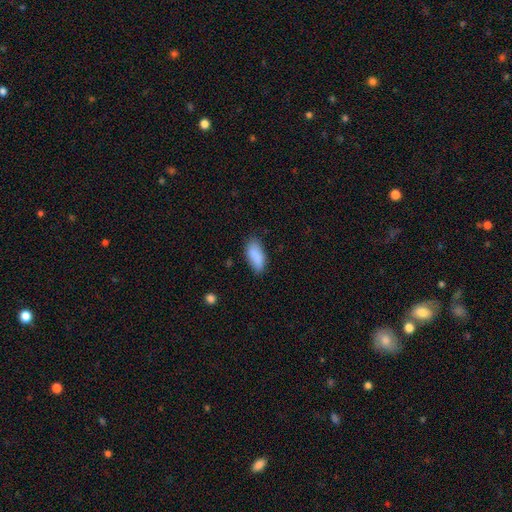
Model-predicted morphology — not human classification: smooth_or_featured: smooth (p=0.87) [alt: star or artifact p=0.07]
how_rounded: in between (p=0.89) [alt: cigar-shaped p=0.08]
merging: none (p=0.72) [alt: minor disturbance p=0.21]